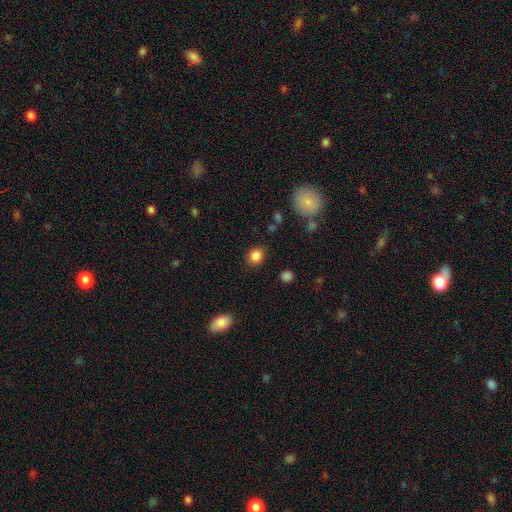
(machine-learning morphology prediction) Overall: smooth (85%). How rounded: round (69%; in between 30%). Merging: none (85%).